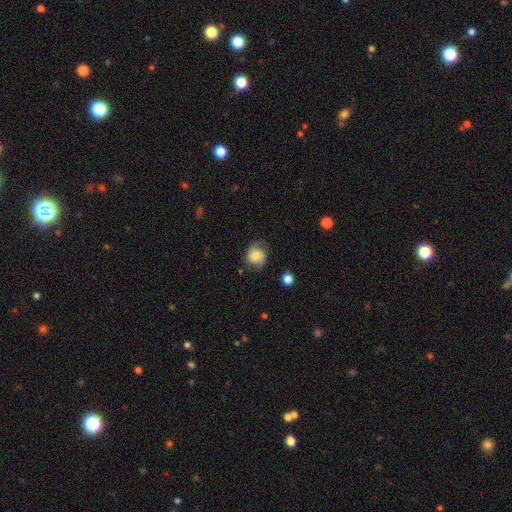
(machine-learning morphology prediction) A smooth galaxy with no disk features (51%) that is round (67%). Merging: none (71%).